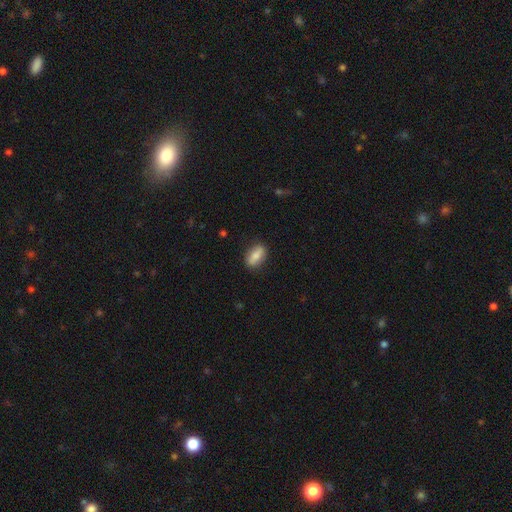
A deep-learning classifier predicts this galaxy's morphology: A smooth galaxy with no disk features (75%) that is in between round and cigar-shaped (85%). Merging: none (84%).